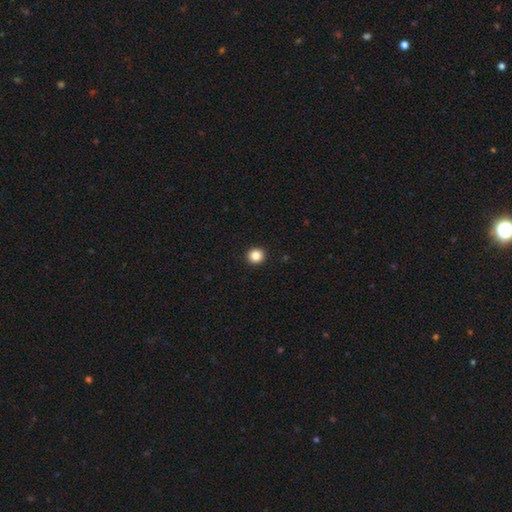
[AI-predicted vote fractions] Morphology: type=smooth (85%); roundness=round (92%); merging=none (94%).